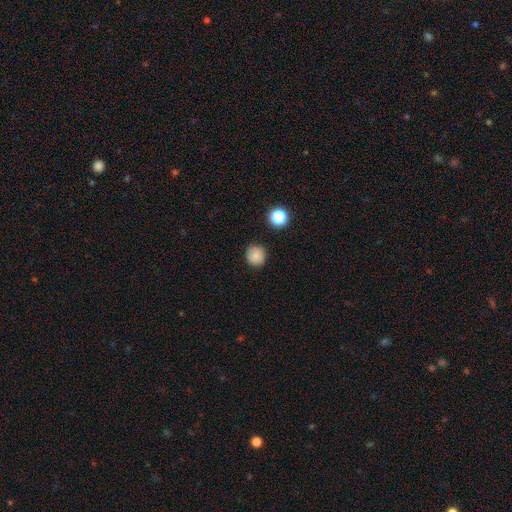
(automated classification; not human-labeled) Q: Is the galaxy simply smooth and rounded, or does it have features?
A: smooth — 82%.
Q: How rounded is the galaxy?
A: round — 92%.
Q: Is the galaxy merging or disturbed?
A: none — 87%.